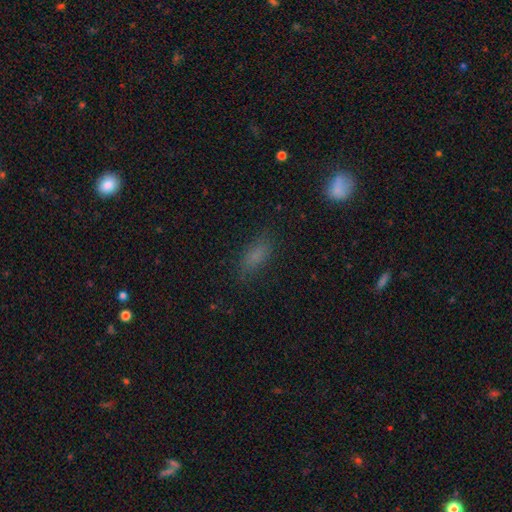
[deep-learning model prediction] A smooth galaxy with no disk features (75%) that is in between round and cigar-shaped (72%). Merging: none (76%).